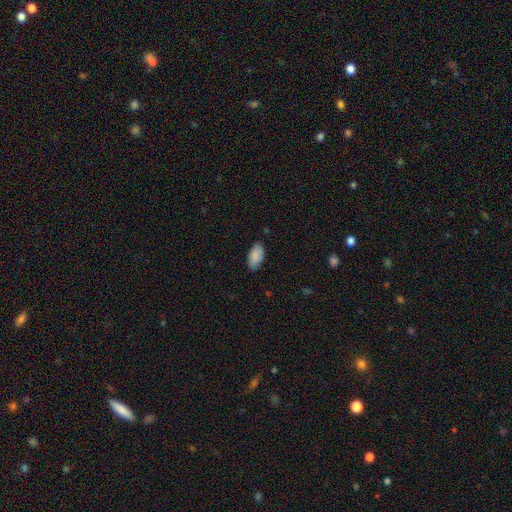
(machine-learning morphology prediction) A smooth galaxy with no disk features (88%) that is in between round and cigar-shaped (95%). Merging: none (83%).